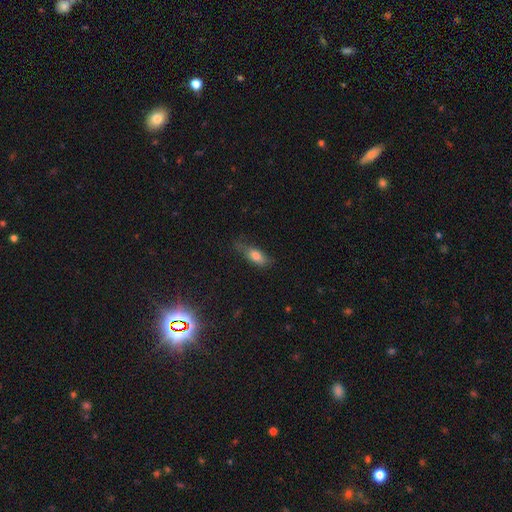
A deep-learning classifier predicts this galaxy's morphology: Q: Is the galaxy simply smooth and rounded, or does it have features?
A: smooth — 75%.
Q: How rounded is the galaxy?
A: in between — 71%.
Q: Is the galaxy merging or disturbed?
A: none — 58%.